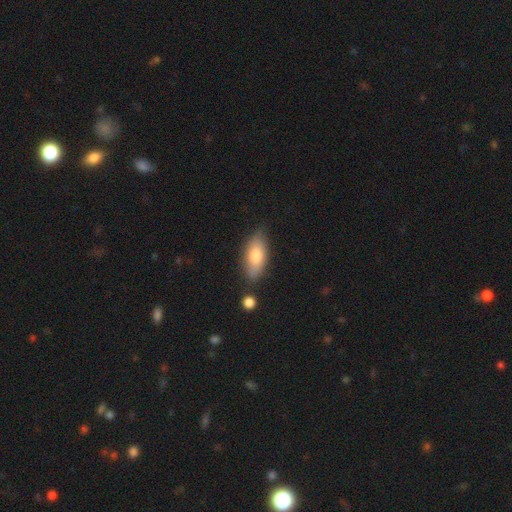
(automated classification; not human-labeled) Smooth or featured? smooth (74%)
How rounded? in between (80%)
Merging? none (76%)